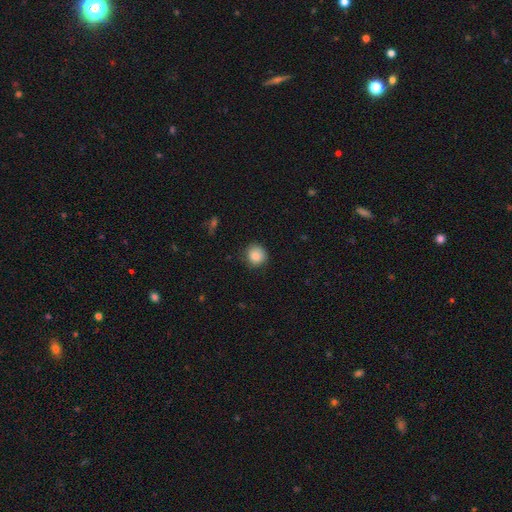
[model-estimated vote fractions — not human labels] This appears to be a smooth galaxy with no disk features (86%) that is round (90%). Merging: none (82%).